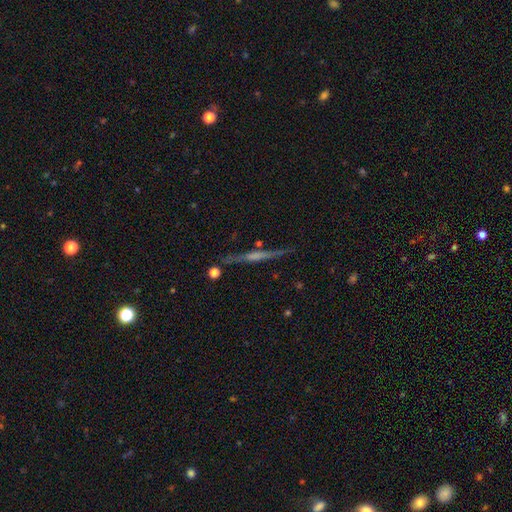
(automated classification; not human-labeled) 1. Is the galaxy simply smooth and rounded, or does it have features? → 71% featured or disk, 21% smooth, 8% star or artifact.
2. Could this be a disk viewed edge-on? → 97% yes, 3% no.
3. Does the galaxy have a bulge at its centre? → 45% none, 36% rounded, 20% boxy.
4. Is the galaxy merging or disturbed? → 84% none, 10% minor disturbance, 3% merger, 3% major disturbance.